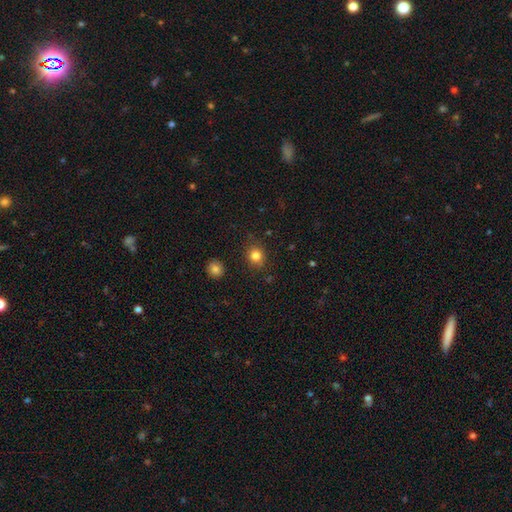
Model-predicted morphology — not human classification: Smooth or featured?
  - smooth: 82% *
  - star or artifact: 12%
  - featured or disk: 6%
How rounded?
  - round: 75% *
  - in between: 24%
  - cigar-shaped: 1%
Merging?
  - none: 85% *
  - minor disturbance: 10%
  - major disturbance: 3%
  - merger: 2%